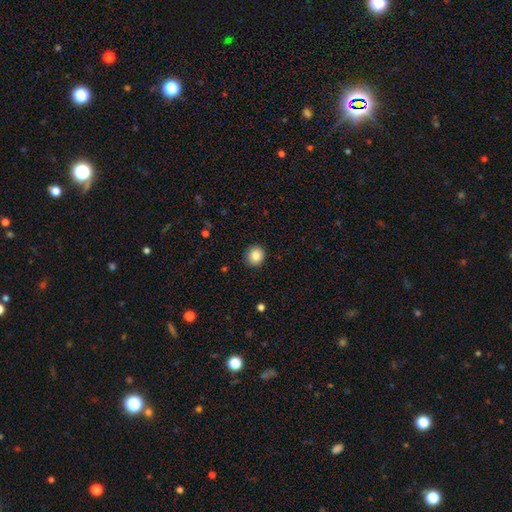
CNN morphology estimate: Smooth or featured: smooth — 84% (star or artifact — 9%)
How rounded: round — 91% (in between — 8%)
Merging: none — 91% (minor disturbance — 6%)